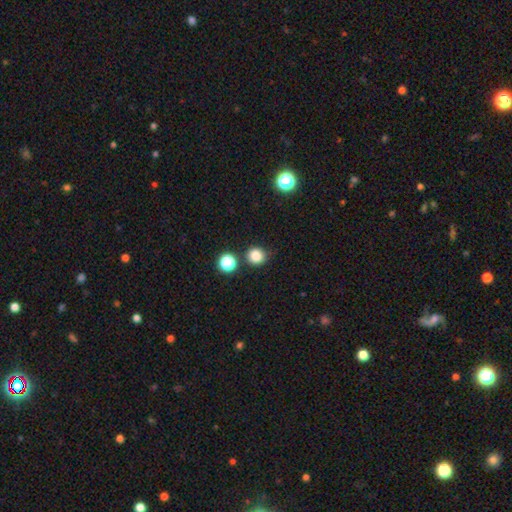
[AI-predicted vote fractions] A smooth galaxy with no disk features (83%) that is round (90%).

Vote fractions:
- Smooth or featured? smooth: 83% / star or artifact: 13% / featured or disk: 4%
- How rounded? round: 90% / in between: 9% / cigar-shaped: 1%
- Merging? none: 81% / minor disturbance: 10% / merger: 6% / major disturbance: 3%